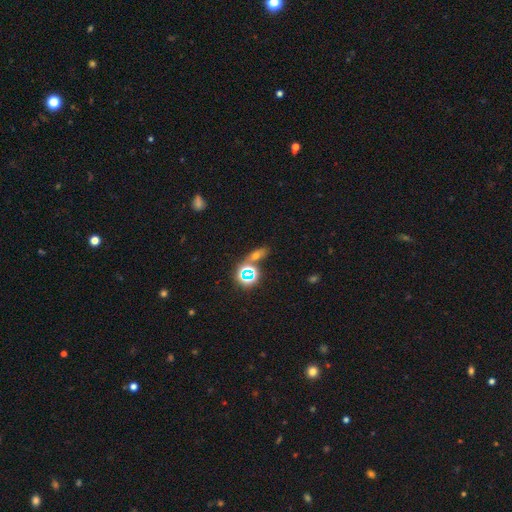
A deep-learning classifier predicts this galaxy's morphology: Q: Smooth or featured?
A: smooth (47%); runner-up: star or artifact (37%)
Q: Merging?
A: none (62%); runner-up: merger (21%)